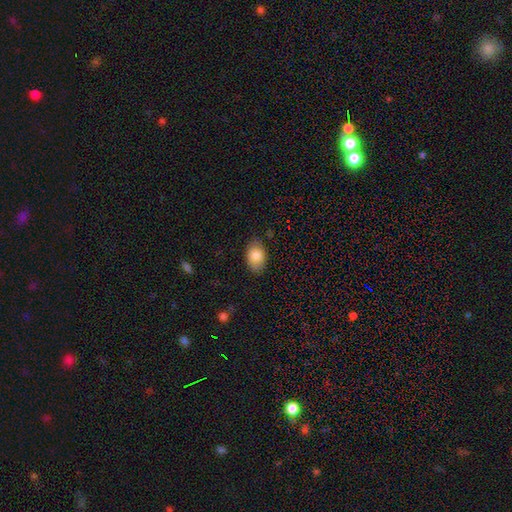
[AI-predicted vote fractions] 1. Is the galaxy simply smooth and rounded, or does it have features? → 85% smooth, 8% featured or disk, 7% star or artifact.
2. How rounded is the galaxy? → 89% in between, 10% round, 1% cigar-shaped.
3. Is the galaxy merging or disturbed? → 79% none, 16% minor disturbance, 3% major disturbance, 1% merger.